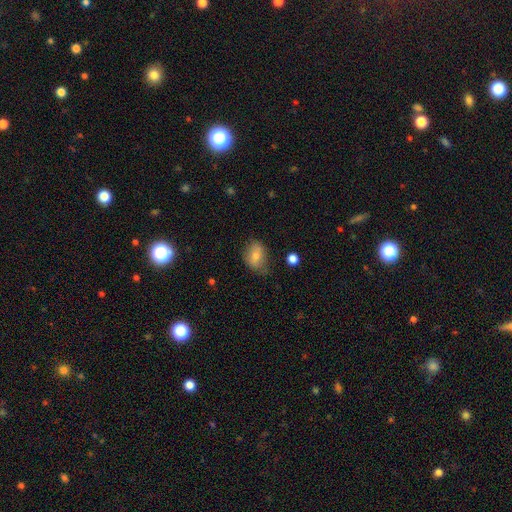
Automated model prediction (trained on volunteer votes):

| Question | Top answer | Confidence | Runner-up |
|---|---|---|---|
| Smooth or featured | smooth | 77% | featured or disk (15%) |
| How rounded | in between | 75% | round (23%) |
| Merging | none | 59% | minor disturbance (30%) |